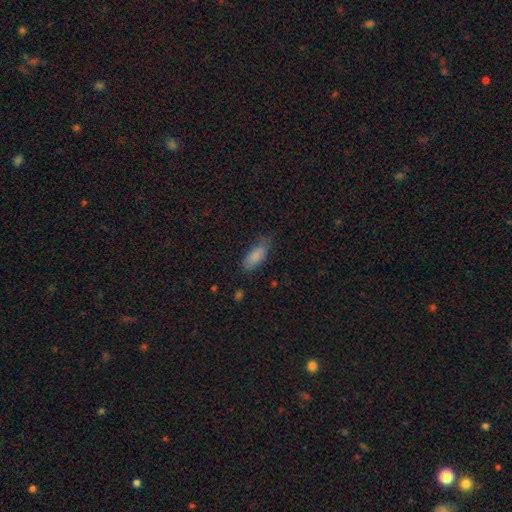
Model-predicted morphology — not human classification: Smooth or featured? smooth (85%)
How rounded? in between (77%)
Merging? none (60%)